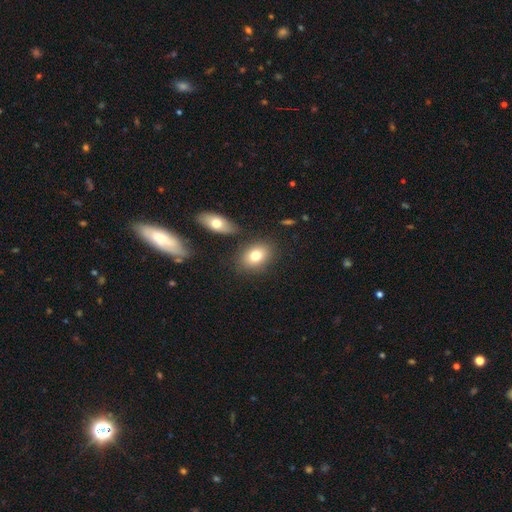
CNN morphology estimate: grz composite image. It shows a smooth galaxy with no disk features (77%) that is in between round and cigar-shaped (73%). Merging: none (78%).